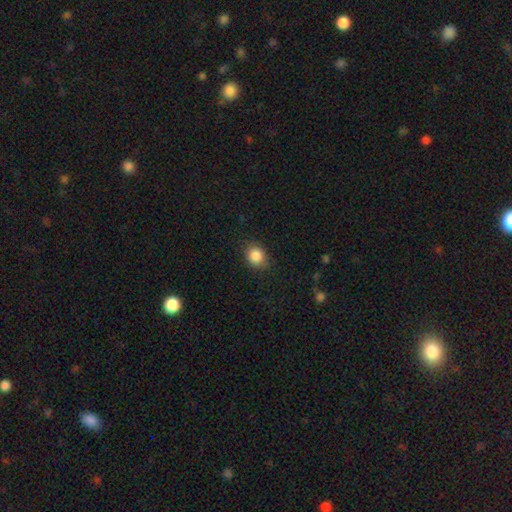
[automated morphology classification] smooth 86%, star or artifact 9%, featured or disk 4%. Down the decision tree: how rounded — round (64%); merging — none (84%).